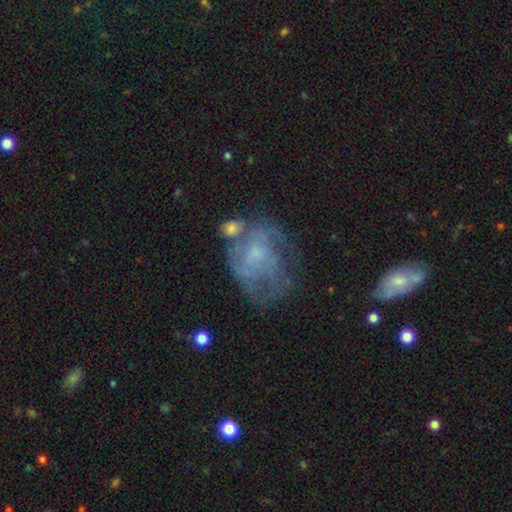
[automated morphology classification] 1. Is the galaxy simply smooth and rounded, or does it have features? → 57% featured or disk, 31% smooth, 12% star or artifact.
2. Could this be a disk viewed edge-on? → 97% no, 3% yes.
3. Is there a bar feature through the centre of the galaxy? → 76% no, 21% weak, 3% strong.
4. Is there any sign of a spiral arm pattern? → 59% no, 41% yes.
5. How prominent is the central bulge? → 44% small, 30% none, 22% moderate, 3% large, 1% dominant.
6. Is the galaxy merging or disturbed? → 34% major disturbance, 31% none, 22% minor disturbance, 13% merger.